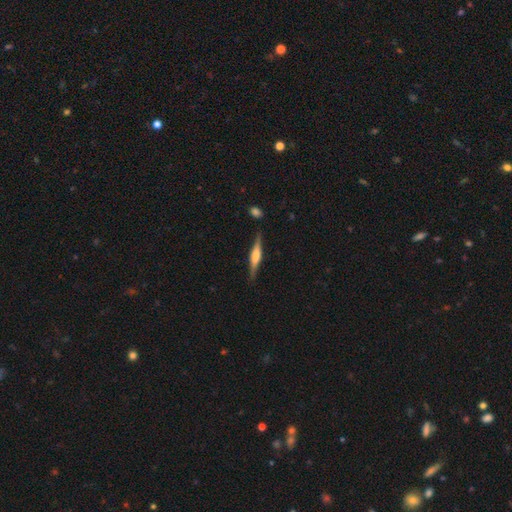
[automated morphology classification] featured or disk 67%, smooth 27%, star or artifact 6%. Down the decision tree: edge-on disk — yes (97%); edge-on bulge — rounded (51%); merging — none (86%).